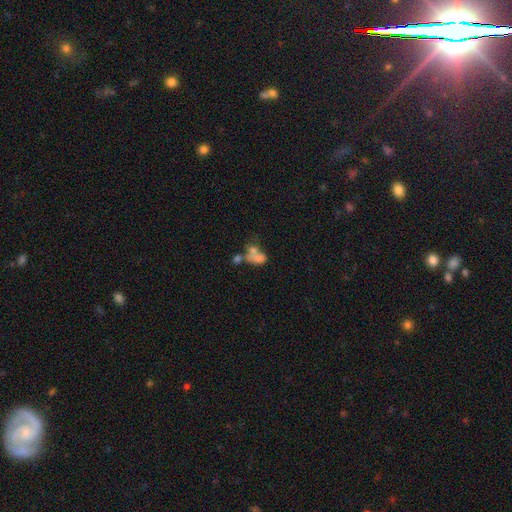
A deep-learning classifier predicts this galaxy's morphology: Overall: smooth (59%; featured or disk 27%). How rounded: in between (74%). Merging: merger (59%).